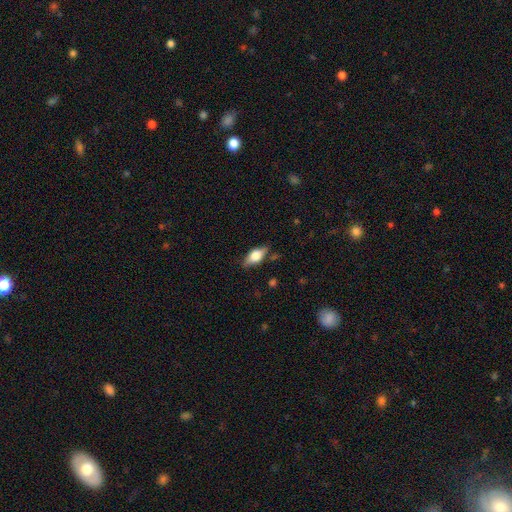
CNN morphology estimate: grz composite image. It shows a smooth galaxy with no disk features (51%) that is in between round and cigar-shaped (78%). Merging: none (76%).